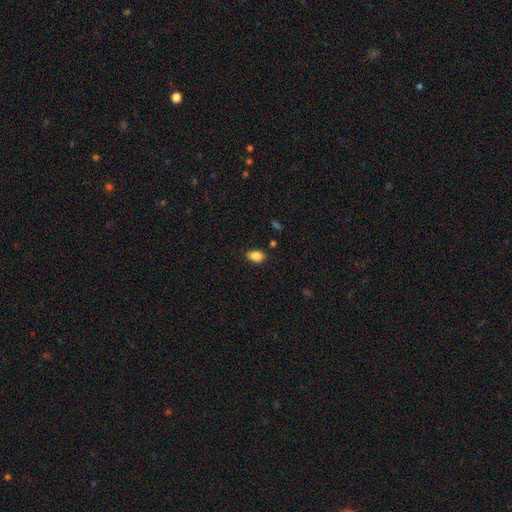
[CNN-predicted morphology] This appears to be a smooth galaxy with no disk features (87%) that is in between round and cigar-shaped (81%). Merging: none (80%).